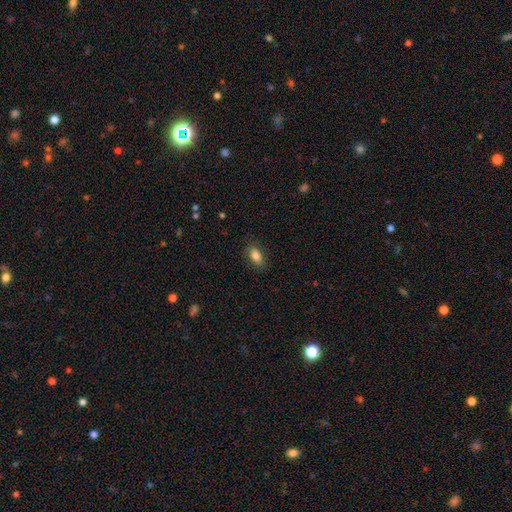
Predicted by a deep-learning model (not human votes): Smooth or featured? smooth (82%)
How rounded? in between (88%)
Merging? none (83%)